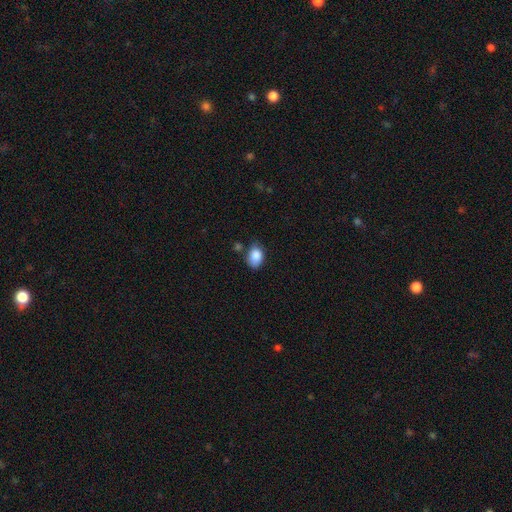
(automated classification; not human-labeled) This appears to be a smooth galaxy with no disk features (87%) that is in between round and cigar-shaped (79%). Merging: none (59%).